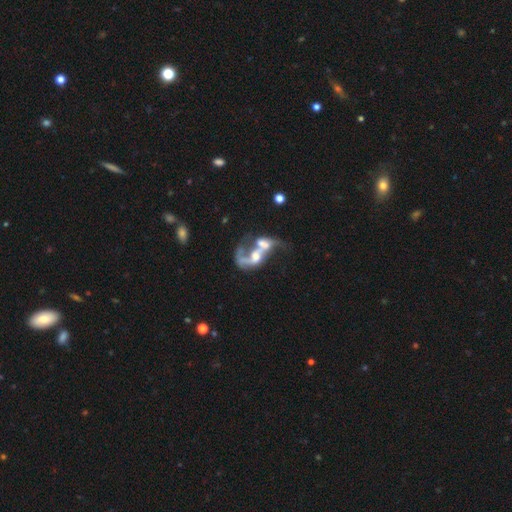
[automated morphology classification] Smooth or featured? featured or disk (69%)
Edge-on disk? no (96%)
Bar? no (65%)
Spiral arms? yes (60%)
Bulge size? moderate (43%)
Merging? merger (71%)